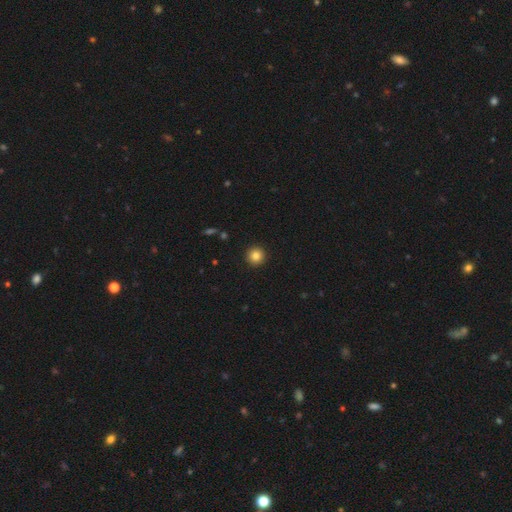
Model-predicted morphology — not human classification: The model was most divided on "smooth or featured": smooth: 84%, star or artifact: 10%, featured or disk: 6%. More confident: how rounded — round (95%); merging — none (93%).